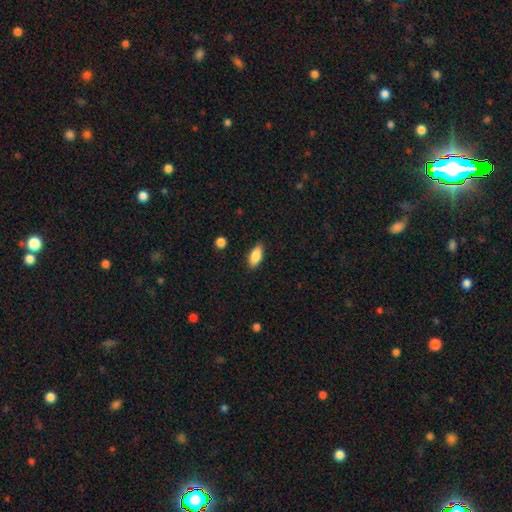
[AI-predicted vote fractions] Morphology: type=smooth (85%); roundness=in between (85%); merging=none (86%).